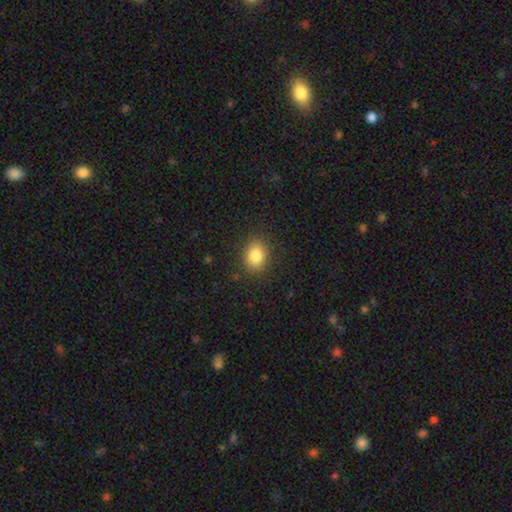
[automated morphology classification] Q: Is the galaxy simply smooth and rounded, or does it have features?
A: smooth — 85%.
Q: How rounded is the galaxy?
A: in between — 57%.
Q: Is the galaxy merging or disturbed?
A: none — 87%.